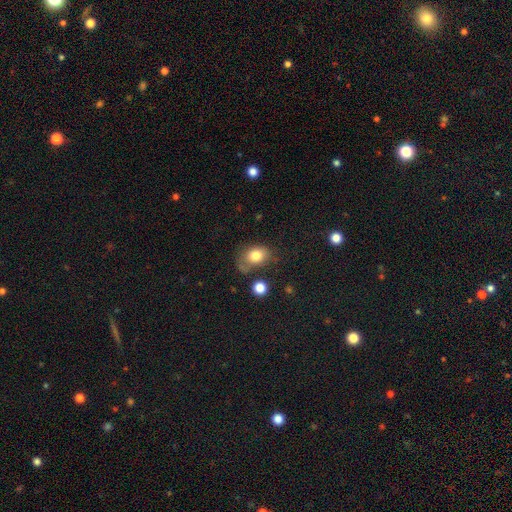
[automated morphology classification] A smooth galaxy with no disk features (79%) that is in between round and cigar-shaped (67%). Merging: none (45%).